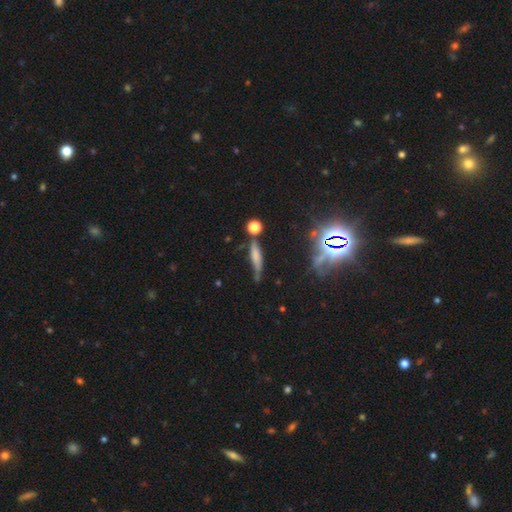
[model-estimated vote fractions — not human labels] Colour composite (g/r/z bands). It shows a smooth galaxy with no disk features (55%) that is cigar-shaped (74%). Merging: none (51%).